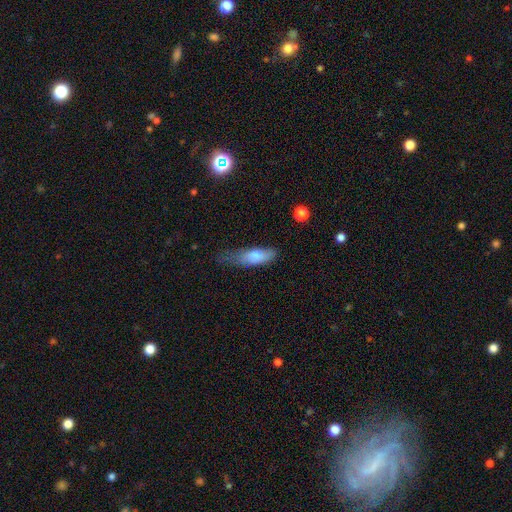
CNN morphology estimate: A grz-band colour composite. It shows a smooth galaxy with no disk features (74%) that is in between round and cigar-shaped (56%). Merging: minor disturbance (41%).